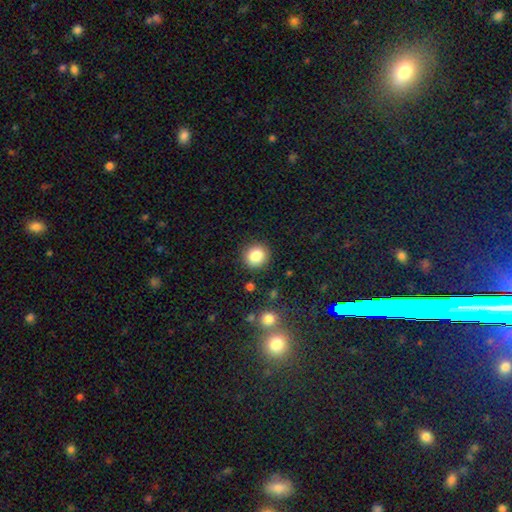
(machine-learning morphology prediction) smooth 85%, star or artifact 10%, featured or disk 5%. Down the decision tree: how rounded — round (89%); merging — none (89%).